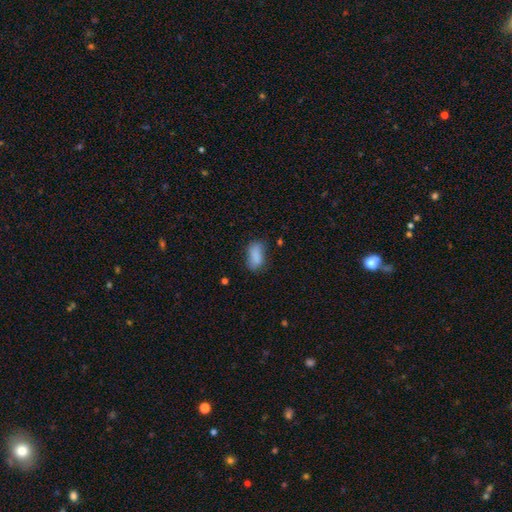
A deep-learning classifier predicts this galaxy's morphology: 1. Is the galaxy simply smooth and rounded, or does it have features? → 85% smooth, 8% star or artifact, 7% featured or disk.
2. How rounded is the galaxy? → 89% in between, 7% cigar-shaped, 4% round.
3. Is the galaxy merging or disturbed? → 65% none, 26% minor disturbance, 7% major disturbance, 2% merger.